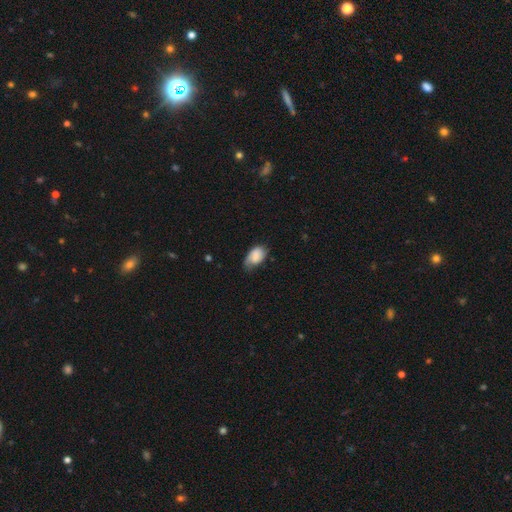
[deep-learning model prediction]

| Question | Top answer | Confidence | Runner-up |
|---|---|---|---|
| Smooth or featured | smooth | 74% | featured or disk (18%) |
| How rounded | in between | 91% | round (8%) |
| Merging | none | 46% | minor disturbance (39%) |